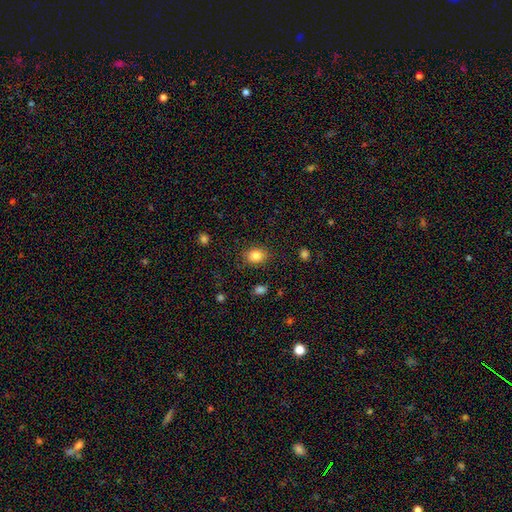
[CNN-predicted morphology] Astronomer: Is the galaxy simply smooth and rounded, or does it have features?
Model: smooth — 85%.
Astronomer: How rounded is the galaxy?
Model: in between — 54% (runner-up: round, 45%).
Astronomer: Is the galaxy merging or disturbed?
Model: none — 84%.